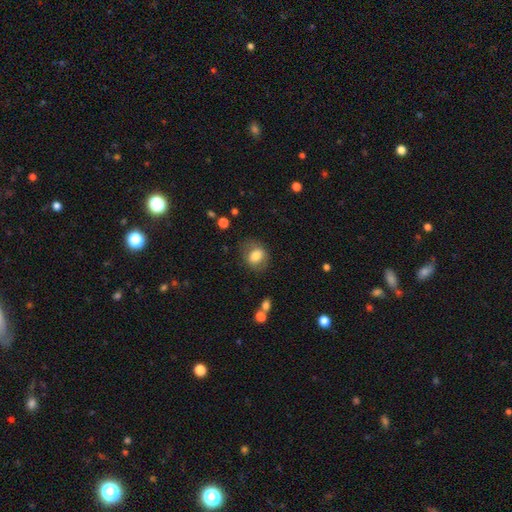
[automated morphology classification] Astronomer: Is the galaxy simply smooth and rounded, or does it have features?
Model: smooth — 75%.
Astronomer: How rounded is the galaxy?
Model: in between — 52% (runner-up: round, 47%).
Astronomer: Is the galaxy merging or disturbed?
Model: none — 71%.